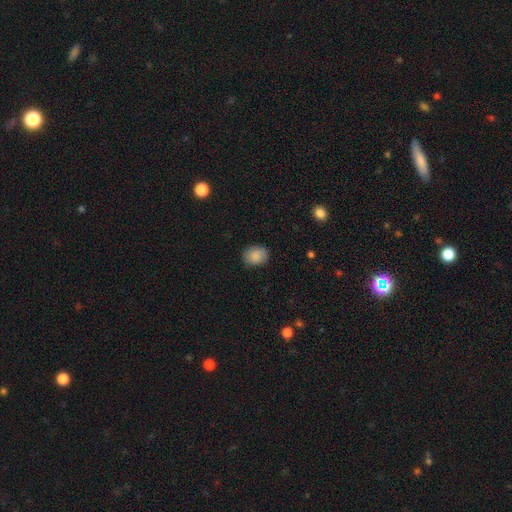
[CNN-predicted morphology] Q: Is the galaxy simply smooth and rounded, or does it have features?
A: smooth — 82%.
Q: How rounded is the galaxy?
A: round — 50%.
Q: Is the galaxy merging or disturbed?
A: none — 81%.